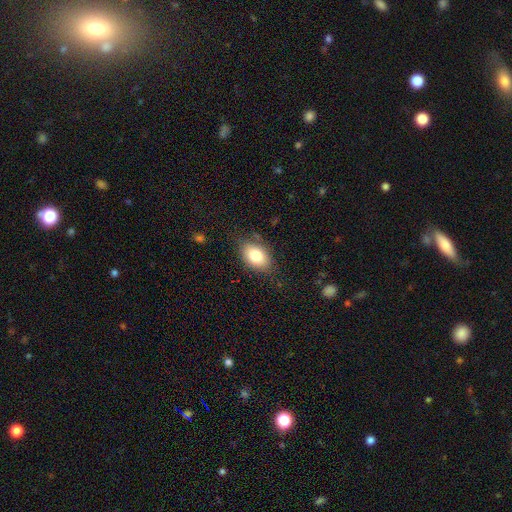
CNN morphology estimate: This appears to be a smooth galaxy with no disk features (78%) that is in between round and cigar-shaped (84%). Merging: none (78%).